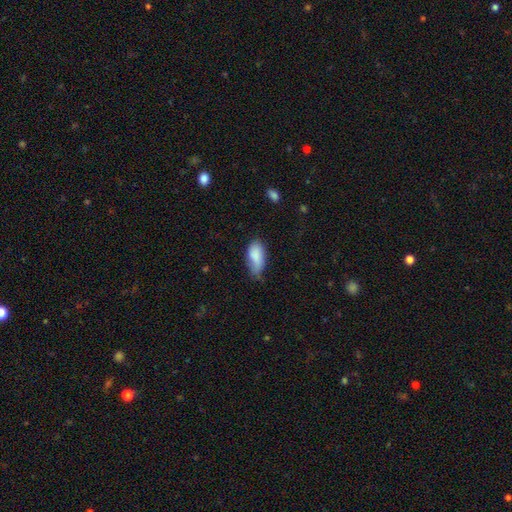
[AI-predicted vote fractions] smooth-or-featured: smooth: 84% | featured or disk: 9% | star or artifact: 7%
  how-rounded: in between: 88% | cigar-shaped: 9% | round: 3%
  merging: minor disturbance: 43% | none: 41% | major disturbance: 13% | merger: 3%